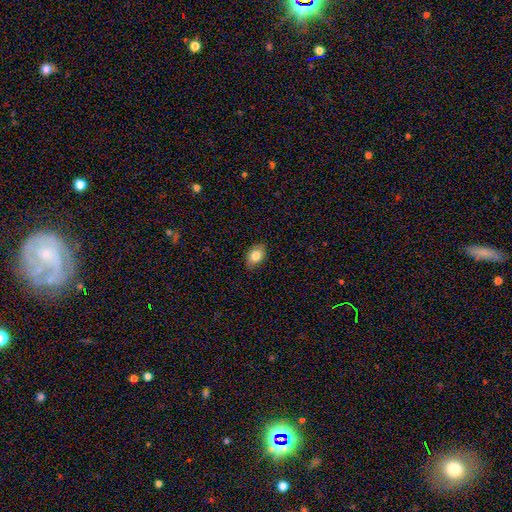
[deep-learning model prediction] A smooth galaxy with no disk features (82%) that is in between round and cigar-shaped (81%). Merging: none (86%).